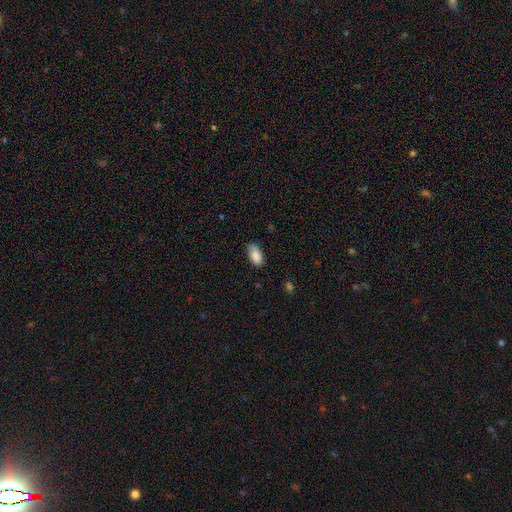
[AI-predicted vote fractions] A smooth galaxy with no disk features (88%) that is in between round and cigar-shaped (94%). Merging: none (77%).